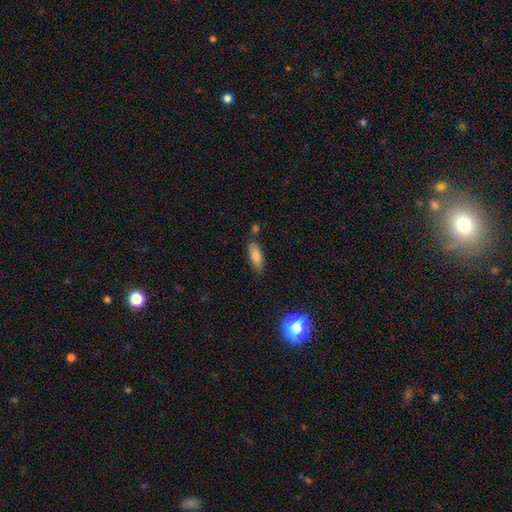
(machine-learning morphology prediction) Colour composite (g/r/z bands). It shows a smooth galaxy with no disk features (81%) that is in between round and cigar-shaped (62%). Merging: none (76%).